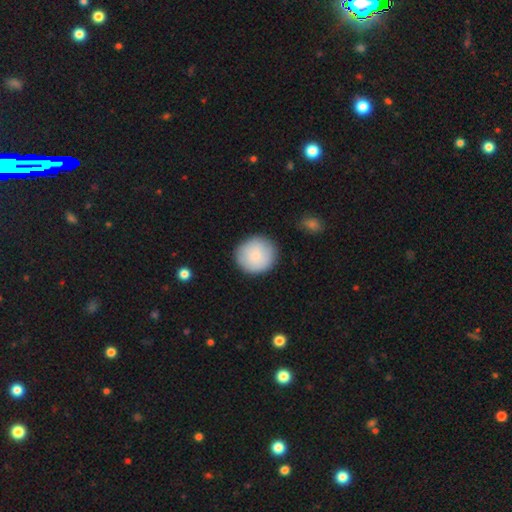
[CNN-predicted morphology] A smooth galaxy with no disk features (85%) that is round (92%). Merging: none (87%).